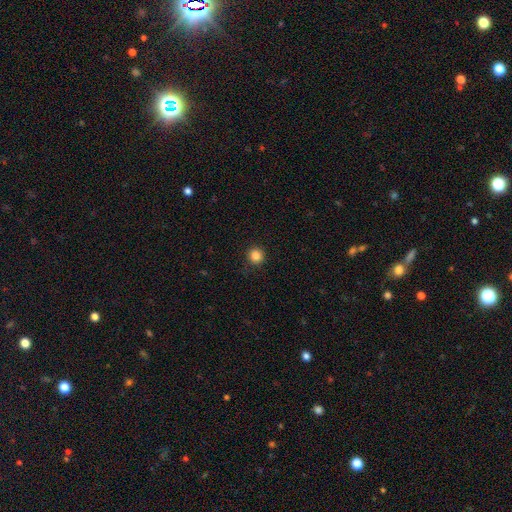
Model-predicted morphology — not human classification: A smooth galaxy with no disk features (85%) that is round (94%). Merging: none (90%).